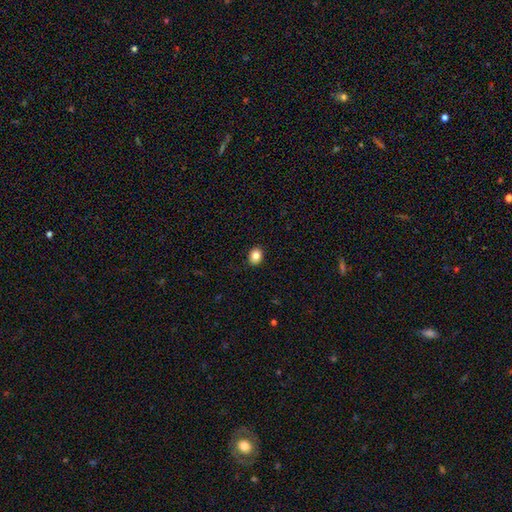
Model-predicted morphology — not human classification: smooth 84%, star or artifact 10%, featured or disk 6%. Down the decision tree: how rounded — round (51%); merging — none (91%).